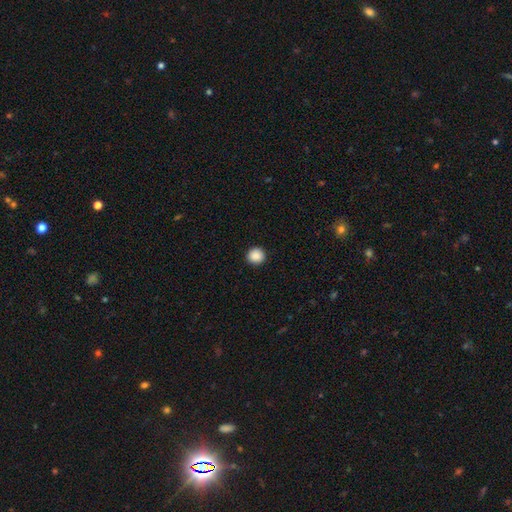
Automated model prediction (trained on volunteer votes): Smooth or featured? Predicted: smooth (p=0.89). How rounded? Predicted: round (p=0.94). Merging? Predicted: none (p=0.93).